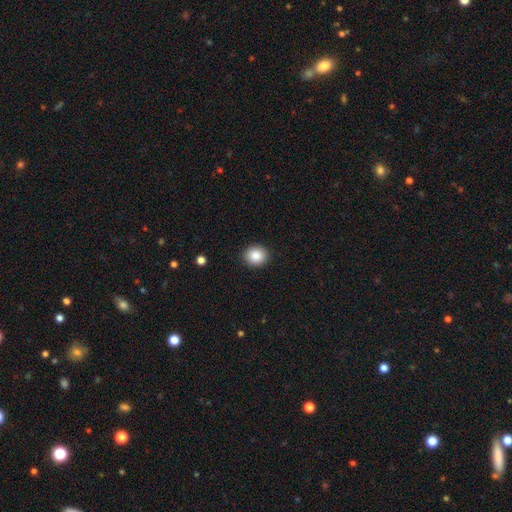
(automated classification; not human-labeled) The model was most divided on "how rounded": round: 82%, in between: 17%, cigar-shaped: 1%. More confident: merging — none (92%); smooth or featured — smooth (86%).